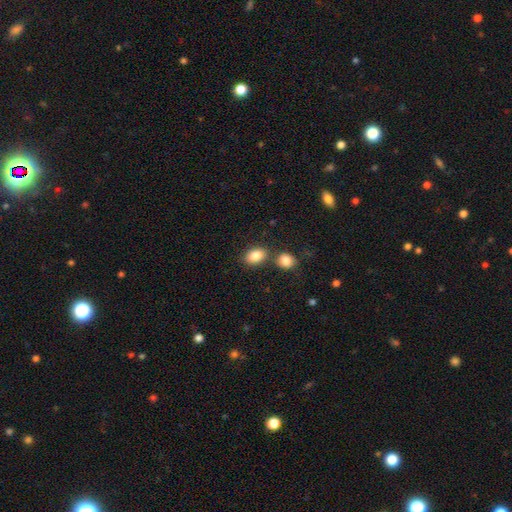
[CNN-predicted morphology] type=smooth (86%); roundness=in between (77%); merging=none (64%).